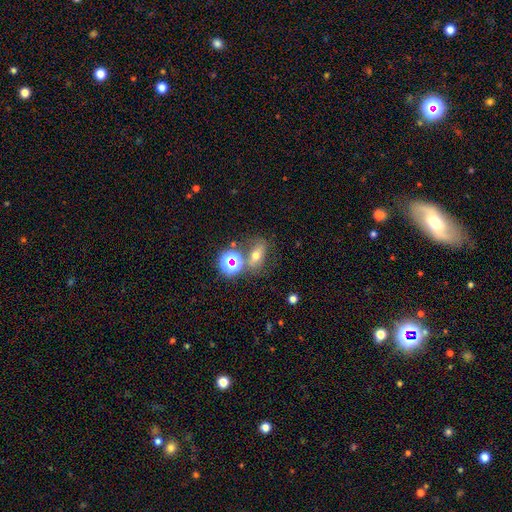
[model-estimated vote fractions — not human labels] Smooth or featured: smooth — 48% (star or artifact — 27%)
Merging: none — 58% (merger — 20%)